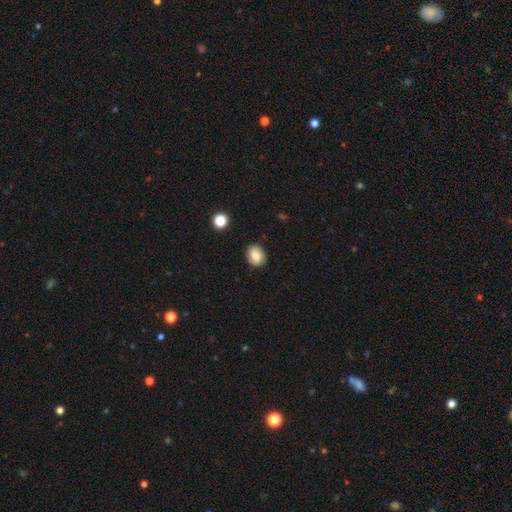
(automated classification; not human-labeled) This appears to be a smooth galaxy with no disk features (81%) that is in between round and cigar-shaped (57%). Merging: none (81%).